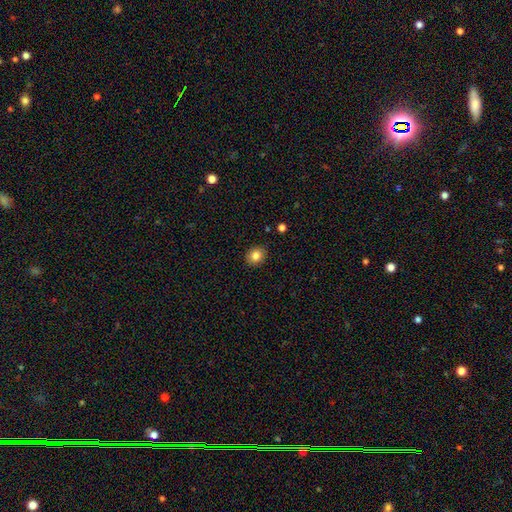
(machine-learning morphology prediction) smooth_or_featured: smooth (p=0.84) [alt: star or artifact p=0.10]
how_rounded: round (p=0.72) [alt: in between p=0.27]
merging: none (p=0.89) [alt: minor disturbance p=0.08]